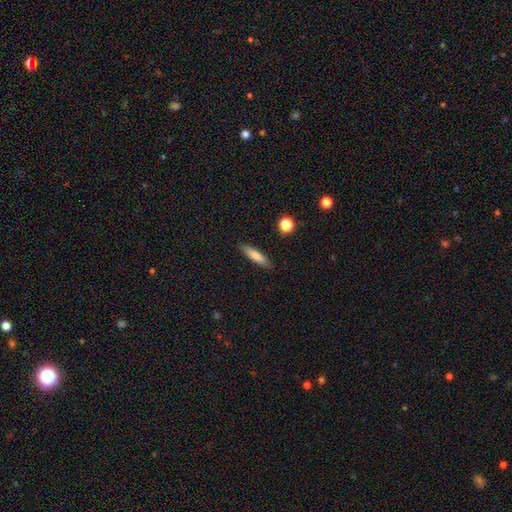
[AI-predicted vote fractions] smooth-or-featured: smooth: 76% | featured or disk: 16% | star or artifact: 7%
  how-rounded: cigar-shaped: 80% | in between: 18% | round: 2%
  merging: none: 88% | minor disturbance: 9% | major disturbance: 2% | merger: 1%